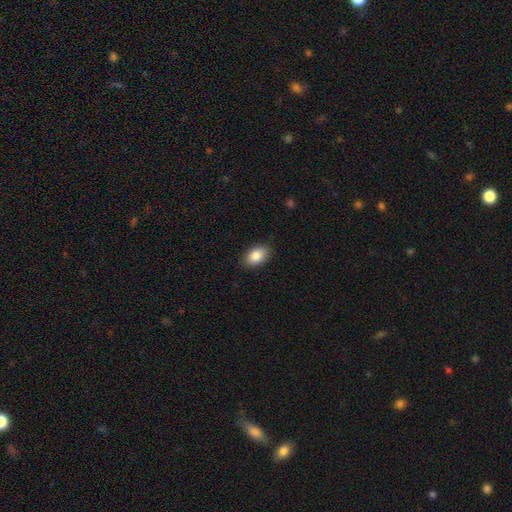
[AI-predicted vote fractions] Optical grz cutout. It shows a smooth galaxy with no disk features (86%) that is in between round and cigar-shaped (90%). Merging: none (88%).